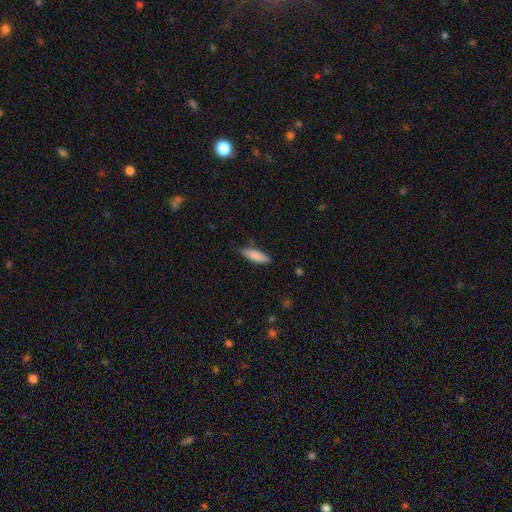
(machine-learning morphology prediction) Smooth or featured? Predicted: smooth (p=0.86). How rounded? Predicted: cigar-shaped (p=0.50). Merging? Predicted: none (p=0.82).